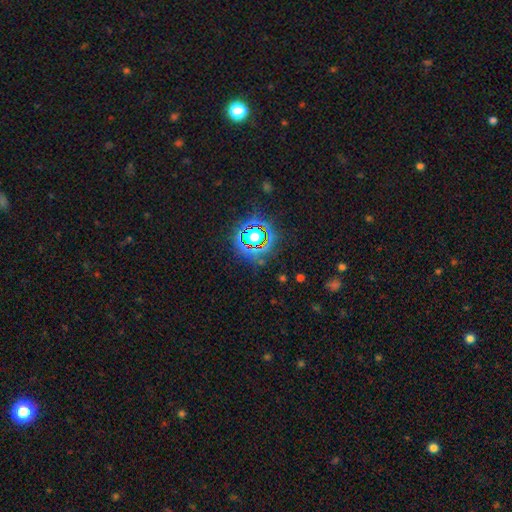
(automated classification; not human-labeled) A star or artifact, not a galaxy (79%).

Vote fractions:
- Smooth or featured? star or artifact: 79% / smooth: 13% / featured or disk: 8%